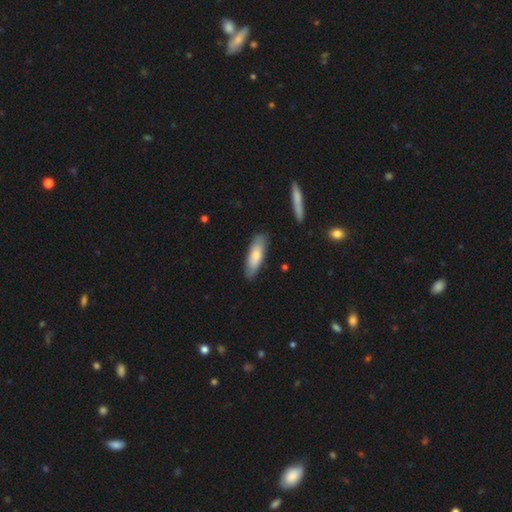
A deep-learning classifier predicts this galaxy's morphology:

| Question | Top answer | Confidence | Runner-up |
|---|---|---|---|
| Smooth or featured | smooth | 71% | featured or disk (24%) |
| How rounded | in between | 51% | cigar-shaped (47%) |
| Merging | none | 84% | minor disturbance (12%) |